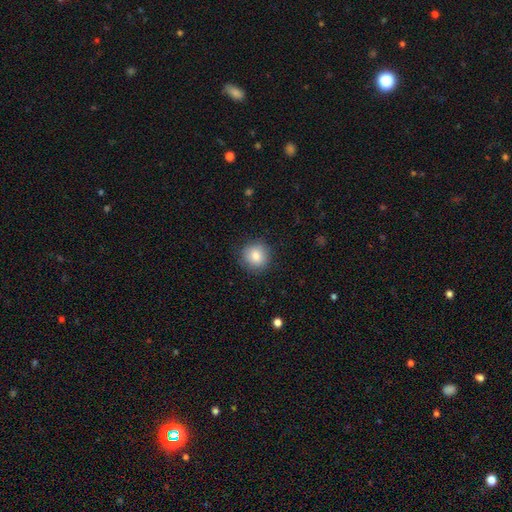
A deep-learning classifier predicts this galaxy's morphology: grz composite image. It shows a smooth galaxy with no disk features (83%) that is round (90%). Merging: none (87%).